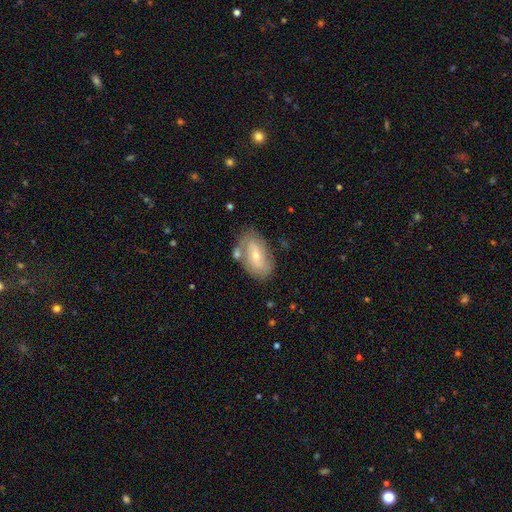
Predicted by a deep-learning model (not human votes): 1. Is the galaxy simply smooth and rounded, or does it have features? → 53% featured or disk, 40% smooth, 7% star or artifact.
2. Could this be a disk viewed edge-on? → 91% no, 9% yes.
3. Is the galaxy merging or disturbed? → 64% none, 19% minor disturbance, 11% merger, 7% major disturbance.